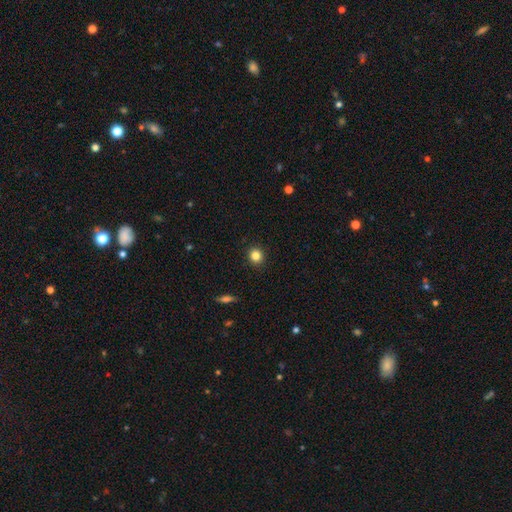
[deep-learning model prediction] Q: Smooth or featured?
A: smooth (83%); runner-up: star or artifact (12%)
Q: How rounded?
A: round (87%); runner-up: in between (12%)
Q: Merging?
A: none (92%); runner-up: minor disturbance (5%)